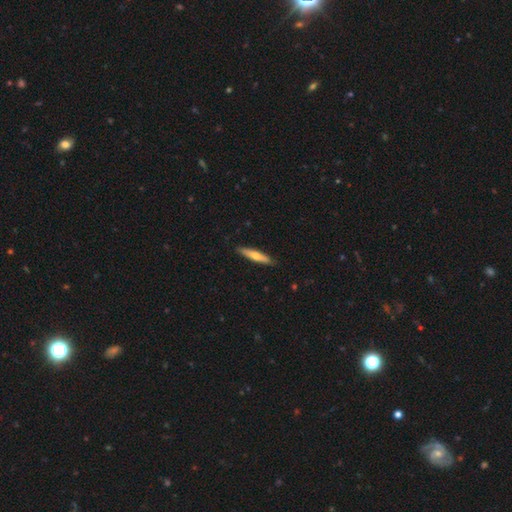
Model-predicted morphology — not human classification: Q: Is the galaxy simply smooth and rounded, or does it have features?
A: smooth — 58%.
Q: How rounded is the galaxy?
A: cigar-shaped — 87%.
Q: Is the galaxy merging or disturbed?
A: none — 89%.